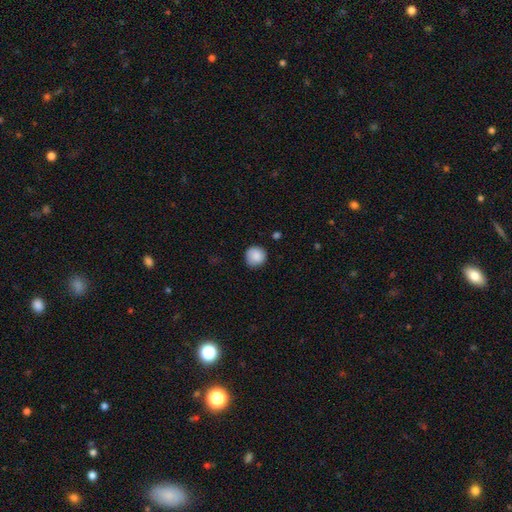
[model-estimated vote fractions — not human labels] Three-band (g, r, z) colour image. It shows a smooth galaxy with no disk features (87%) that is round (93%). Merging: none (85%).